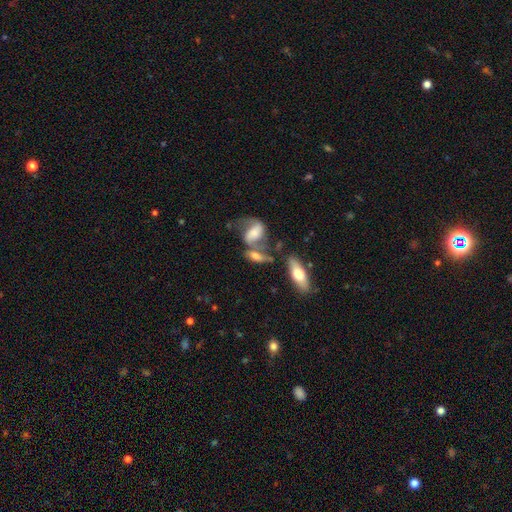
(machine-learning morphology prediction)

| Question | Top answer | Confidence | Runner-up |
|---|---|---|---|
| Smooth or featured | featured or disk | 46% | smooth (44%) |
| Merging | merger | 38% | none (34%) |